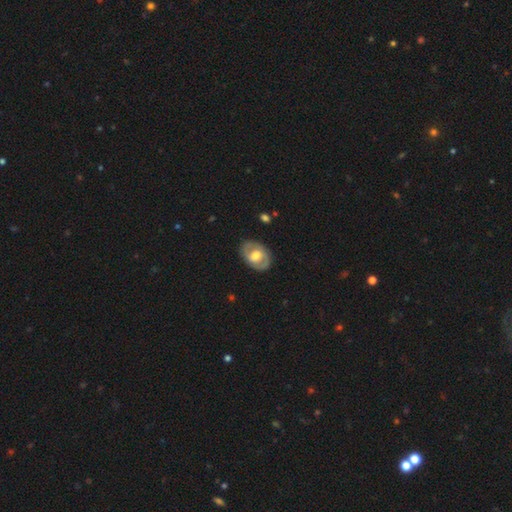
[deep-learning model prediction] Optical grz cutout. It shows a featured or disk galaxy (60%) with no bar (44%), spiral arms (59%) and a moderate central bulge (65%). Merging: none (83%).